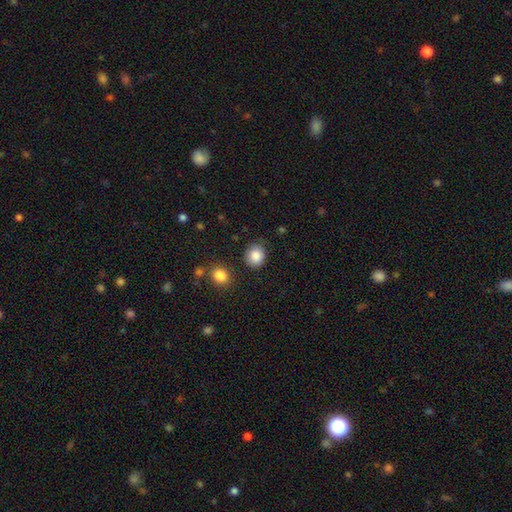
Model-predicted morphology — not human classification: This appears to be a smooth galaxy with no disk features (87%) that is round (80%). Merging: none (83%).